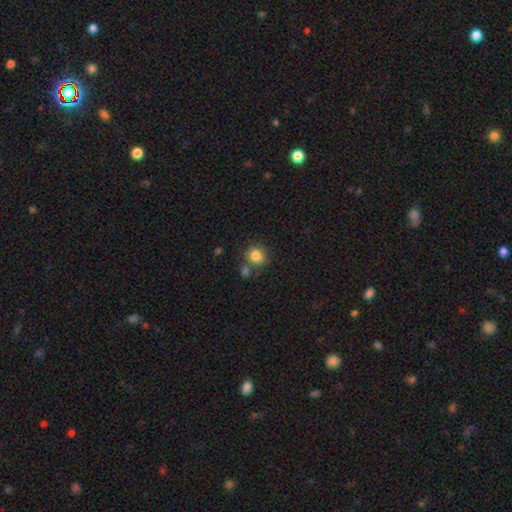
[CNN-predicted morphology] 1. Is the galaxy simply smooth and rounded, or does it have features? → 83% smooth, 10% star or artifact, 7% featured or disk.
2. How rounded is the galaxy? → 84% round, 15% in between, 1% cigar-shaped.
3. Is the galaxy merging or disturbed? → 68% none, 16% merger, 12% minor disturbance, 4% major disturbance.